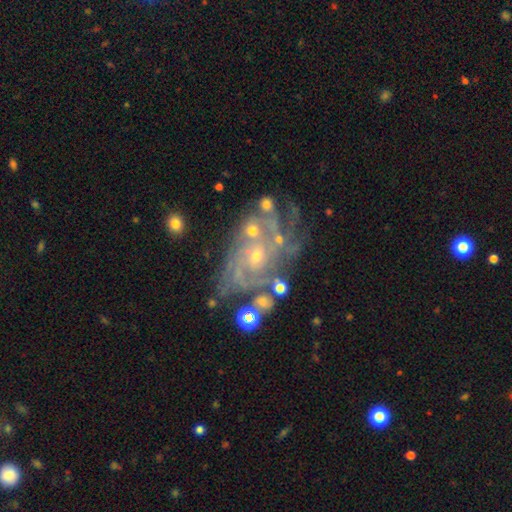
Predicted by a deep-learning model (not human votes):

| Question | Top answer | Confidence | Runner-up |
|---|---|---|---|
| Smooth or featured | featured or disk | 84% | star or artifact (9%) |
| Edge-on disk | no | 97% | yes (3%) |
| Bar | no | 78% | weak (18%) |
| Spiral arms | yes | 94% | no (6%) |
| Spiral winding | tight | 63% | medium (29%) |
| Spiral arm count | can't tell | 29% | 4 (22%) |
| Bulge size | small | 76% | moderate (18%) |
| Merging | none | 55% | minor disturbance (21%) |